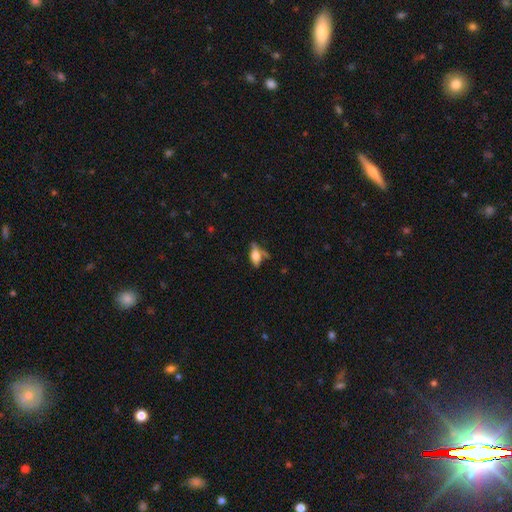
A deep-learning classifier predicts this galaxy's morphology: Smooth or featured? smooth (64%)
How rounded? in between (78%)
Merging? none (46%)